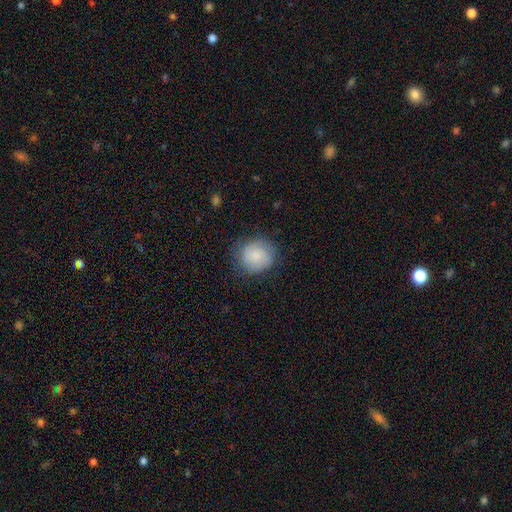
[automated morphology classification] A smooth galaxy with no disk features (75%) that is round (89%). Merging: none (75%).